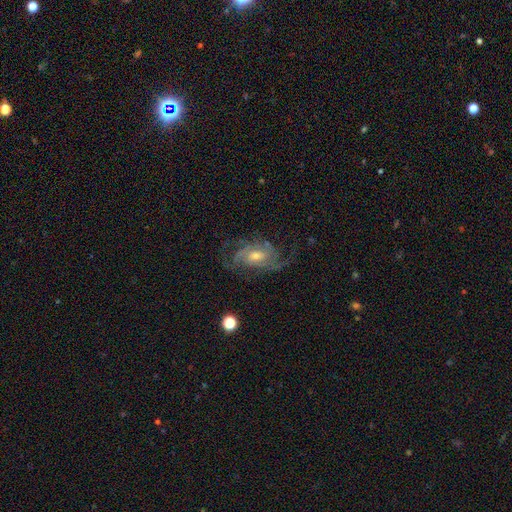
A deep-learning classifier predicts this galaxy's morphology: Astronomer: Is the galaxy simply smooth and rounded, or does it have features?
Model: featured or disk — 86%.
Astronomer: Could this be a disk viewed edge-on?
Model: no — 96%.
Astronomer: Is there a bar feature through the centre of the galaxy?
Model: no — 50% (runner-up: weak, 41%).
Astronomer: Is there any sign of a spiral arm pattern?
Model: yes — 96%.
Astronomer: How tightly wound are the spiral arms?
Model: medium — 44% (runner-up: tight, 42%).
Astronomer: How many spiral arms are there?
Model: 2 — 29% (runner-up: 3, 27%).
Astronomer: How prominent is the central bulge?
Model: moderate — 56% (runner-up: small, 36%).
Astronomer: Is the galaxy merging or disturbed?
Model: none — 68%.